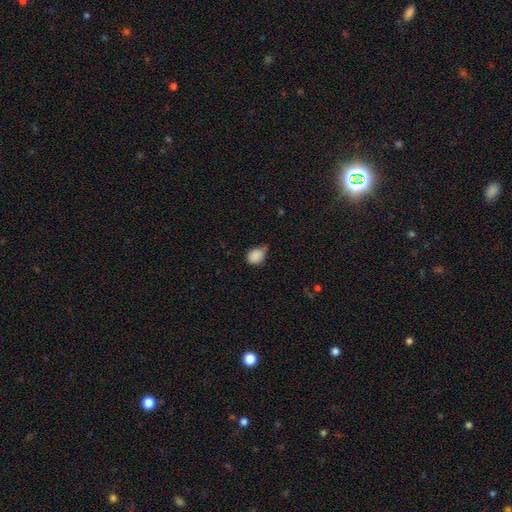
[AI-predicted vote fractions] smooth_or_featured: smooth (p=0.87) [alt: star or artifact p=0.09]
how_rounded: in between (p=0.53) [alt: round p=0.46]
merging: minor disturbance (p=0.44) [alt: none p=0.43]